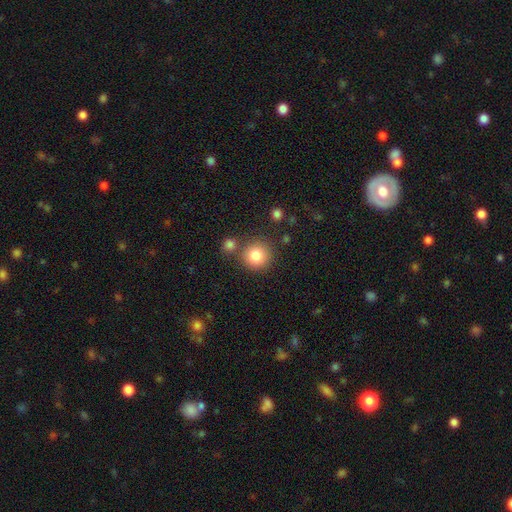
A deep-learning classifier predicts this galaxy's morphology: The model was most divided on "merging": none: 75%, merger: 13%, minor disturbance: 9%, major disturbance: 3%. More confident: how rounded — round (93%); smooth or featured — smooth (83%).